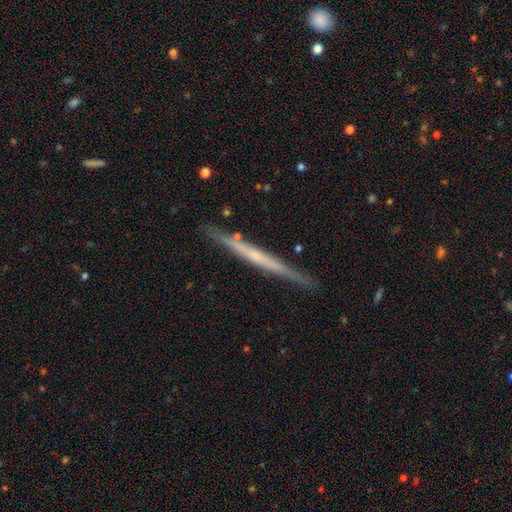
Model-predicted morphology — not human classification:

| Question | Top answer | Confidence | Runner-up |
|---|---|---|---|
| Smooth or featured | featured or disk | 64% | smooth (31%) |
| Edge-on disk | yes | 97% | no (3%) |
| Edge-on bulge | none | 78% | rounded (15%) |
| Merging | none | 88% | minor disturbance (9%) |